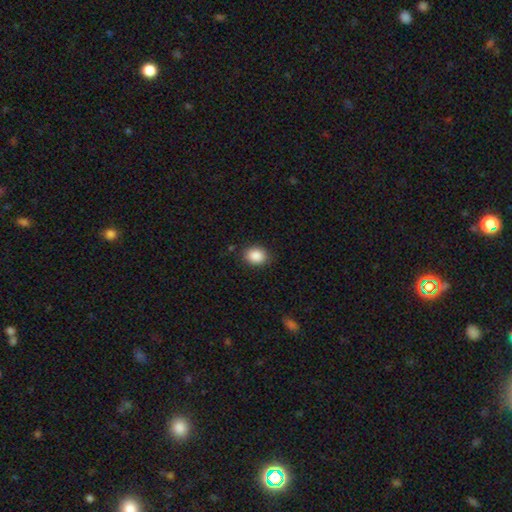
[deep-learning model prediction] Smooth or featured: smooth — 88% (star or artifact — 8%)
How rounded: in between — 50% (round — 49%)
Merging: none — 86% (minor disturbance — 10%)